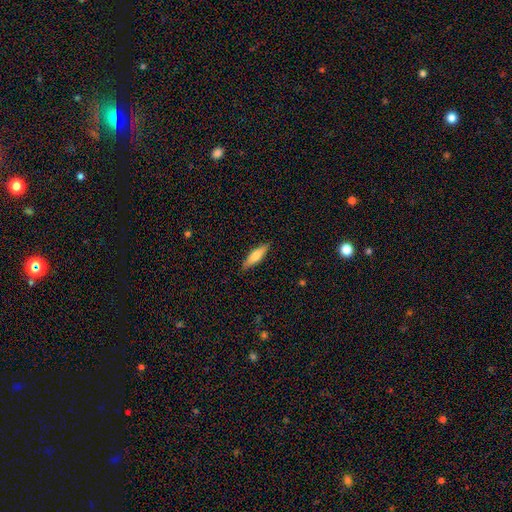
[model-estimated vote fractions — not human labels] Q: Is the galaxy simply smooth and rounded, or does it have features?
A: smooth — 65%.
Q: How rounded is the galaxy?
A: cigar-shaped — 65%.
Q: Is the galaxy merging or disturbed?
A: none — 88%.